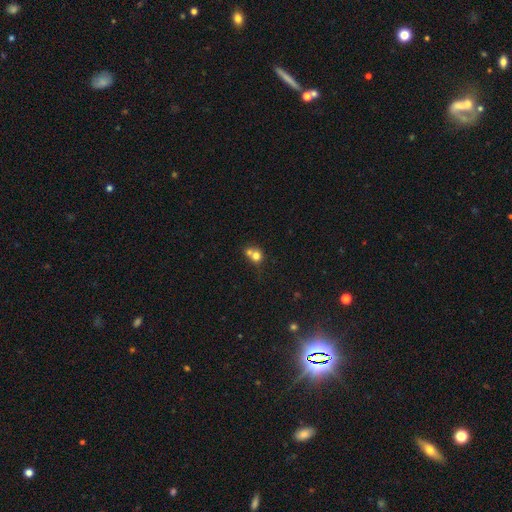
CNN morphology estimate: A smooth galaxy with no disk features (74%) that is round (79%).

Vote fractions:
- Smooth or featured? smooth: 74% / featured or disk: 15% / star or artifact: 12%
- How rounded? round: 79% / in between: 20% / cigar-shaped: 1%
- Merging? merger: 58% / none: 31% / minor disturbance: 7% / major disturbance: 4%